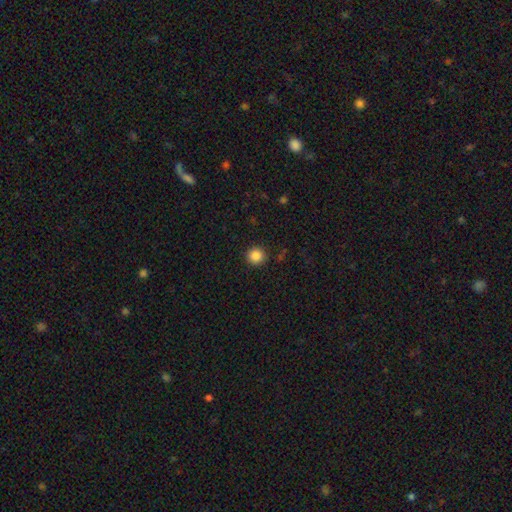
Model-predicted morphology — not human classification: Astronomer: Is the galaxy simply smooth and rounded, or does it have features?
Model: smooth — 86%.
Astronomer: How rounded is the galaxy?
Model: round — 94%.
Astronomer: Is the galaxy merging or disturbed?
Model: none — 92%.